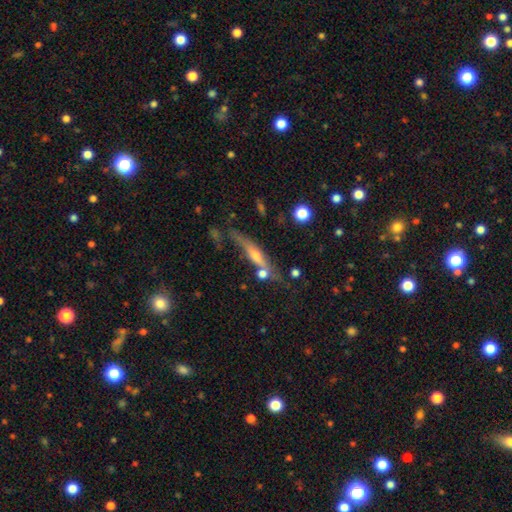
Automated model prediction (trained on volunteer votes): Smooth or featured?
  - featured or disk: 59% *
  - smooth: 32%
  - star or artifact: 9%
Edge-on disk?
  - yes: 85% *
  - no: 15%
Edge-on bulge?
  - rounded: 75% *
  - none: 15%
  - boxy: 10%
Merging?
  - none: 57% *
  - minor disturbance: 20%
  - merger: 15%
  - major disturbance: 9%